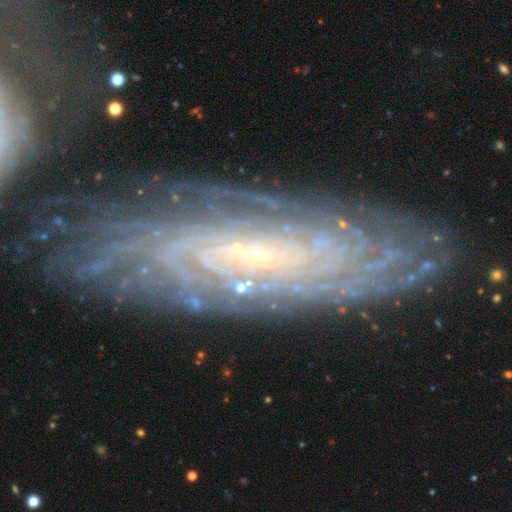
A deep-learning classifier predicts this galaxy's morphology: Overall: featured or disk (85%). Edge-on disk: no (87%). Bar: no (40%; weak 38%). Spiral arms: yes (95%). Spiral arm count: can't tell (45%; more than 4 14%). Spiral winding: tight (76%). Bulge size: small (75%). Merging: none (61%).